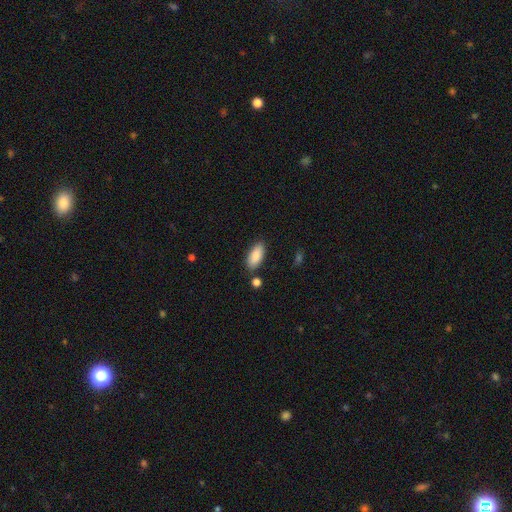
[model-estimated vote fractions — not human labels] Smooth or featured?
  - smooth: 87% *
  - featured or disk: 6%
  - star or artifact: 6%
How rounded?
  - in between: 87% *
  - cigar-shaped: 11%
  - round: 2%
Merging?
  - none: 82% *
  - minor disturbance: 11%
  - merger: 4%
  - major disturbance: 2%